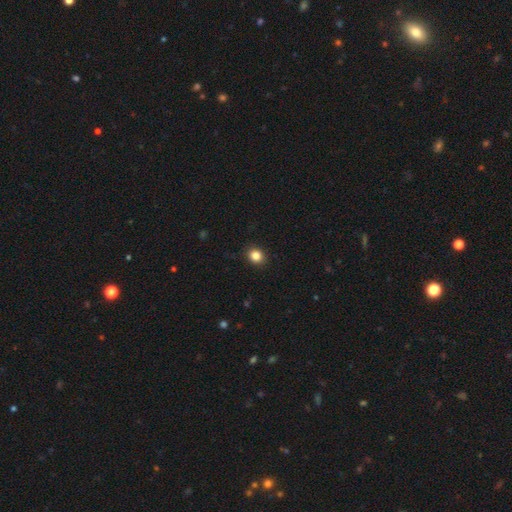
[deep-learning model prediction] Smooth or featured?
  - smooth: 85% *
  - star or artifact: 10%
  - featured or disk: 4%
How rounded?
  - round: 72% *
  - in between: 27%
  - cigar-shaped: 1%
Merging?
  - none: 90% *
  - minor disturbance: 7%
  - major disturbance: 2%
  - merger: 1%